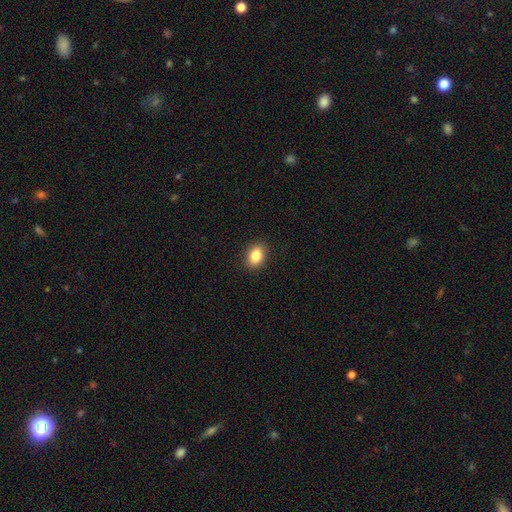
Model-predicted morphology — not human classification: Smooth or featured? smooth (85%)
How rounded? in between (73%)
Merging? none (90%)